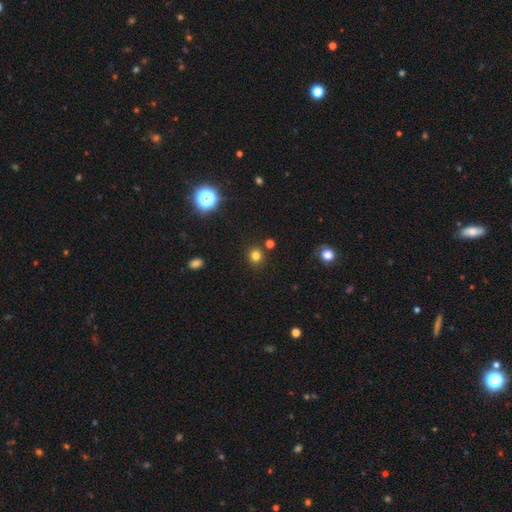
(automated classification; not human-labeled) Morphology: type=smooth (78%); roundness=round (88%); merging=none (87%).